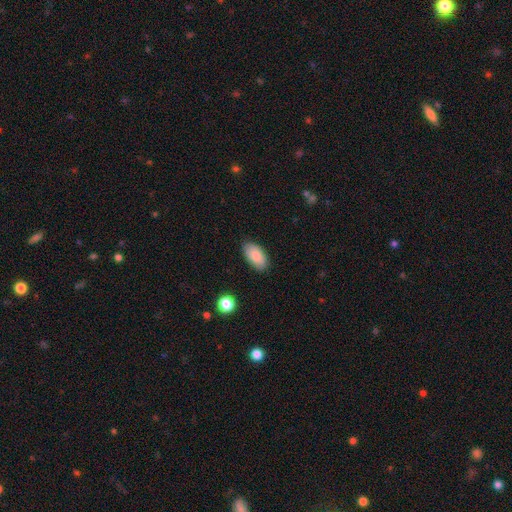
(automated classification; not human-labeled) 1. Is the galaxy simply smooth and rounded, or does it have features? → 85% smooth, 8% featured or disk, 7% star or artifact.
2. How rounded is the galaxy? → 94% in between, 3% cigar-shaped, 3% round.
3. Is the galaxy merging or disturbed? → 86% none, 11% minor disturbance, 2% major disturbance, 1% merger.